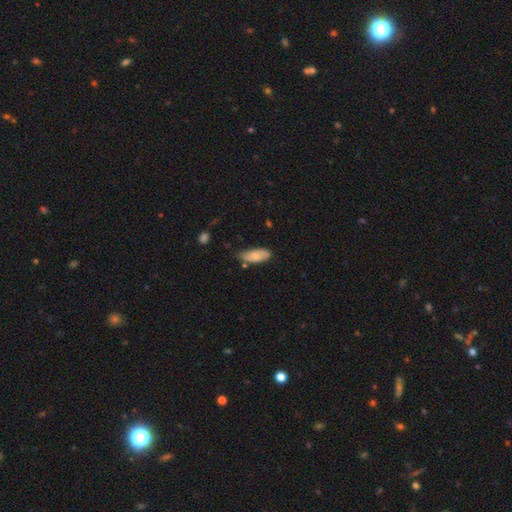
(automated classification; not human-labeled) A smooth galaxy with no disk features (77%) that is in between round and cigar-shaped (78%). Merging: none (66%).